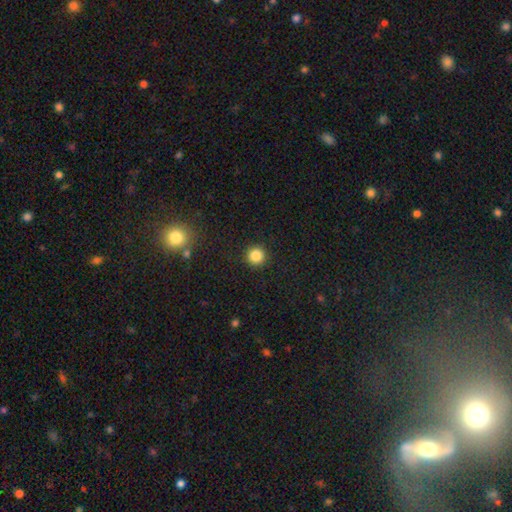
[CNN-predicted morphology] Smooth or featured? Predicted: smooth (p=0.85). How rounded? Predicted: round (p=0.95). Merging? Predicted: none (p=0.92).